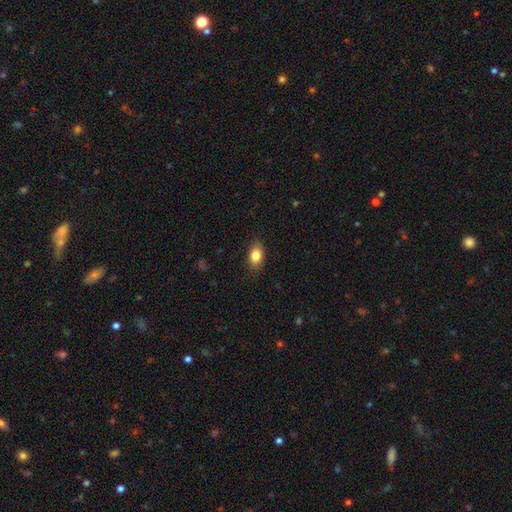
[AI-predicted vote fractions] A smooth galaxy with no disk features (83%) that is in between round and cigar-shaped (82%).

Vote fractions:
- Smooth or featured? smooth: 83% / featured or disk: 9% / star or artifact: 8%
- How rounded? in between: 82% / round: 16% / cigar-shaped: 3%
- Merging? none: 85% / minor disturbance: 12% / major disturbance: 3% / merger: 1%